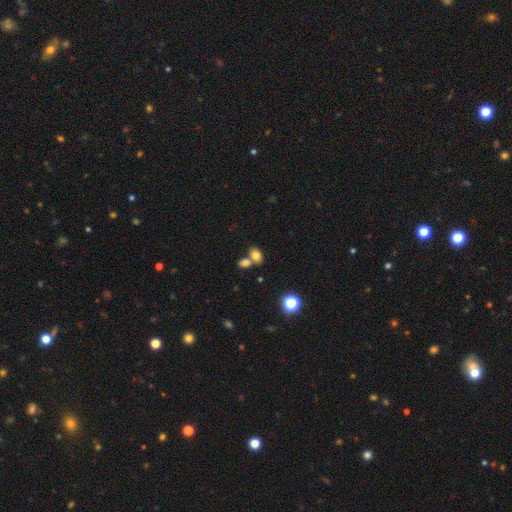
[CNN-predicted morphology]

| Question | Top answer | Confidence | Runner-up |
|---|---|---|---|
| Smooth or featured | smooth | 78% | star or artifact (12%) |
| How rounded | in between | 77% | round (21%) |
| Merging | merger | 44% | tied: none (44%) |